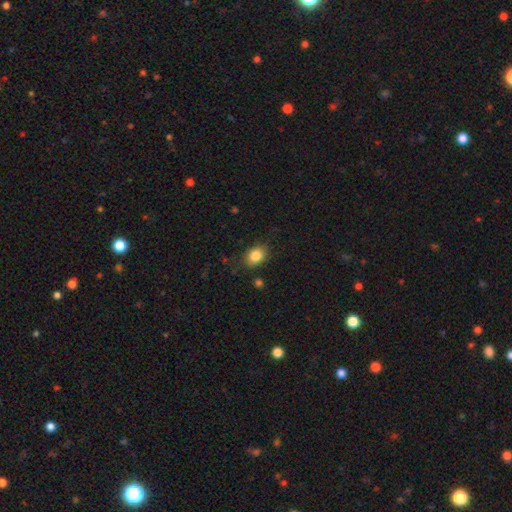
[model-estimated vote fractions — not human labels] smooth 84%, star or artifact 9%, featured or disk 7%. Down the decision tree: how rounded — in between (66%); merging — none (80%).